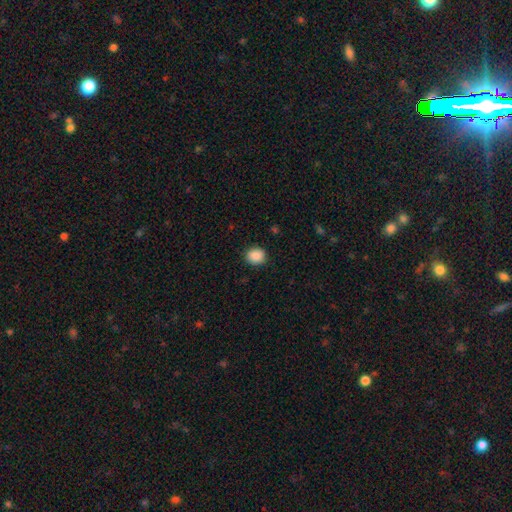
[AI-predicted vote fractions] The model was most divided on "how rounded": round: 71%, in between: 28%, cigar-shaped: 1%. More confident: merging — none (89%); smooth or featured — smooth (89%).